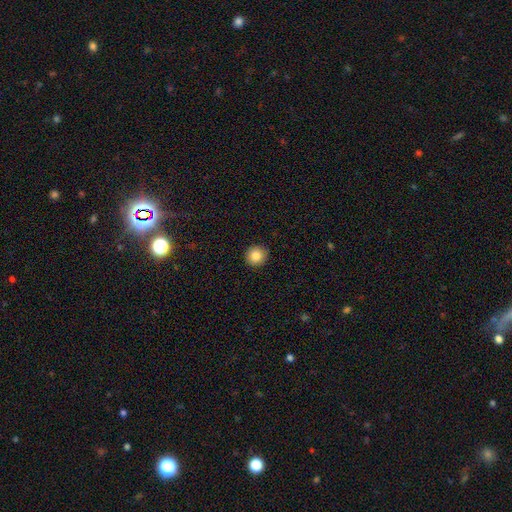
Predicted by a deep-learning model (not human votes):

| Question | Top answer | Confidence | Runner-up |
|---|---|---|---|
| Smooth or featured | smooth | 85% | star or artifact (9%) |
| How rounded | round | 94% | in between (6%) |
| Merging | none | 92% | minor disturbance (5%) |